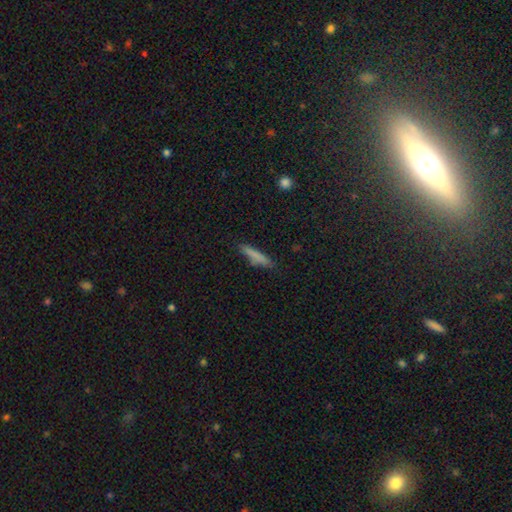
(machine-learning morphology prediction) type=smooth (79%); roundness=cigar-shaped (89%); merging=none (83%).